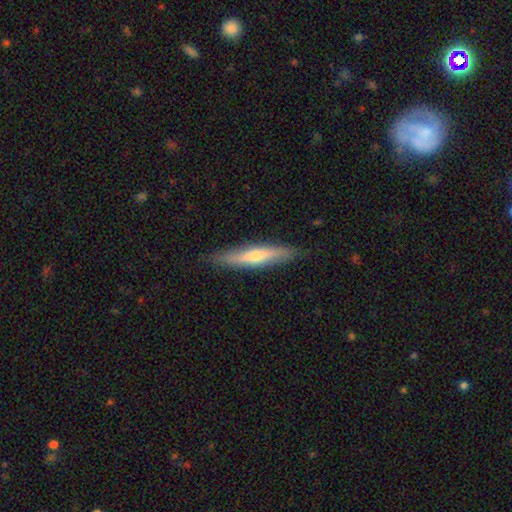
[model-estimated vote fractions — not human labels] A featured or disk galaxy (51%) viewed edge-on (90%). Merging: none (87%).